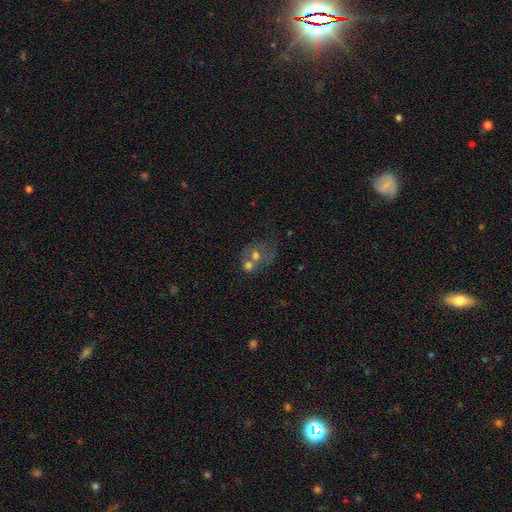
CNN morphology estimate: Smooth or featured? Predicted: smooth (p=0.58). How rounded? Predicted: round (p=0.64). Merging? Predicted: merger (p=0.57).